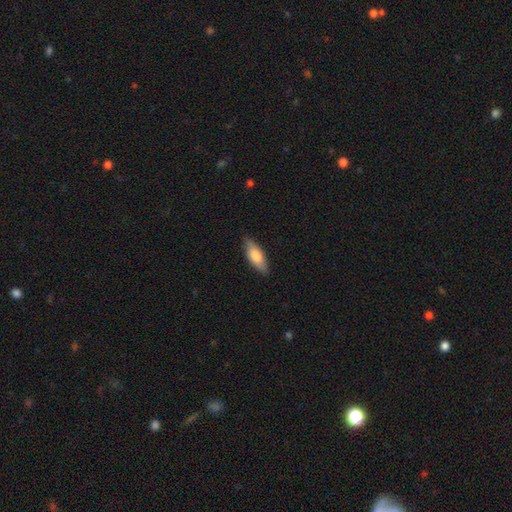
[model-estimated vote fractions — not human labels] A smooth galaxy with no disk features (77%) that is in between round and cigar-shaped (70%). Merging: none (86%).